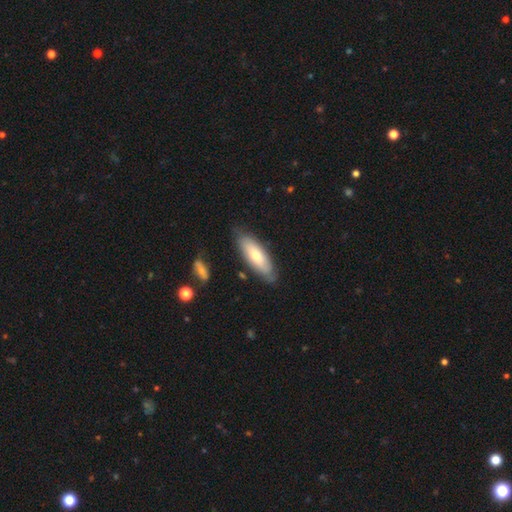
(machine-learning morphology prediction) smooth-or-featured: smooth: 57% | featured or disk: 37% | star or artifact: 6%
  how-rounded: in between: 61% | cigar-shaped: 37% | round: 2%
  merging: none: 79% | minor disturbance: 16% | major disturbance: 3% | merger: 2%